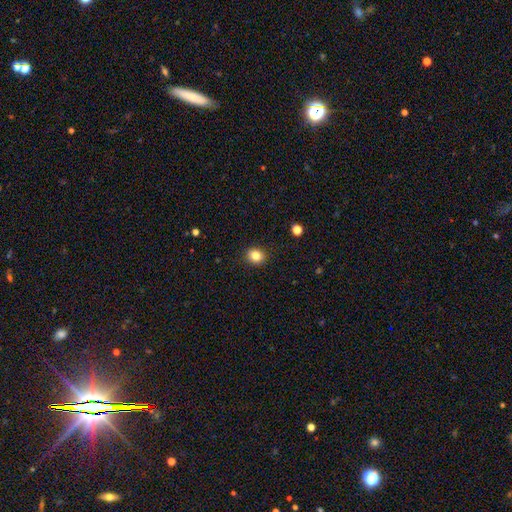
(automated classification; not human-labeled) smooth_or_featured: smooth (p=0.83) [alt: star or artifact p=0.11]
how_rounded: round (p=0.71) [alt: in between p=0.28]
merging: none (p=0.91) [alt: minor disturbance p=0.06]